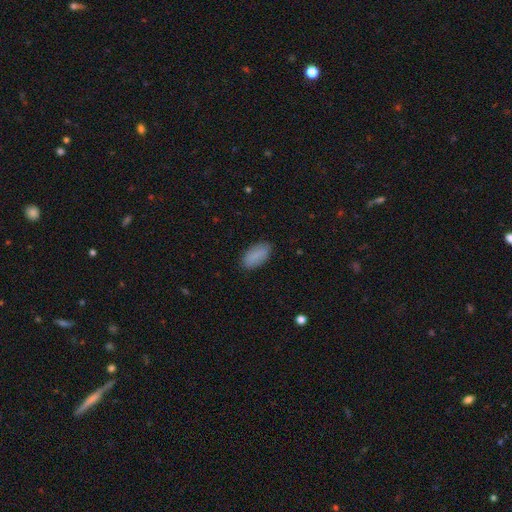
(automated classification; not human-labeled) Q: Smooth or featured?
A: smooth (86%); runner-up: featured or disk (8%)
Q: How rounded?
A: in between (92%); runner-up: cigar-shaped (6%)
Q: Merging?
A: none (85%); runner-up: minor disturbance (11%)